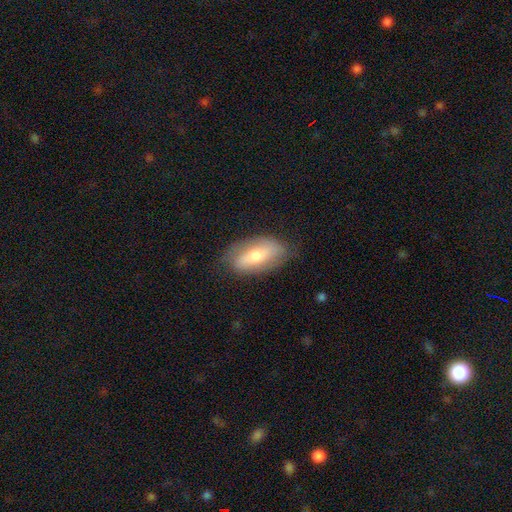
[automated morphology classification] A smooth galaxy with no disk features (55%) that is in between round and cigar-shaped (88%).

Vote fractions:
- Smooth or featured? smooth: 55% / featured or disk: 39% / star or artifact: 7%
- How rounded? in between: 88% / cigar-shaped: 8% / round: 4%
- Merging? none: 75% / minor disturbance: 19% / major disturbance: 5% / merger: 1%